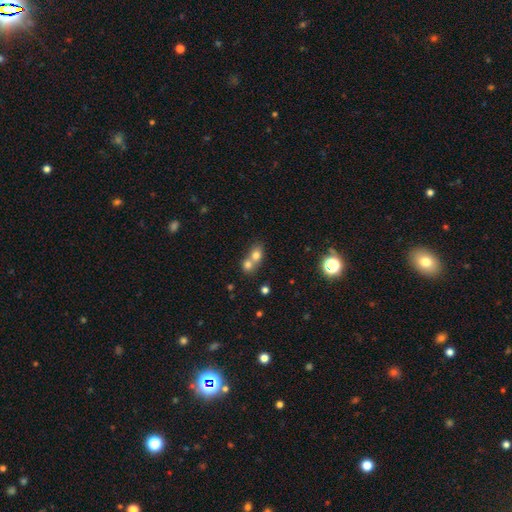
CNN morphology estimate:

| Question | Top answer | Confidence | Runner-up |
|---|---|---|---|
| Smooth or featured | smooth | 74% | featured or disk (14%) |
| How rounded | round | 53% | in between (45%) |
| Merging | merger | 64% | none (28%) |